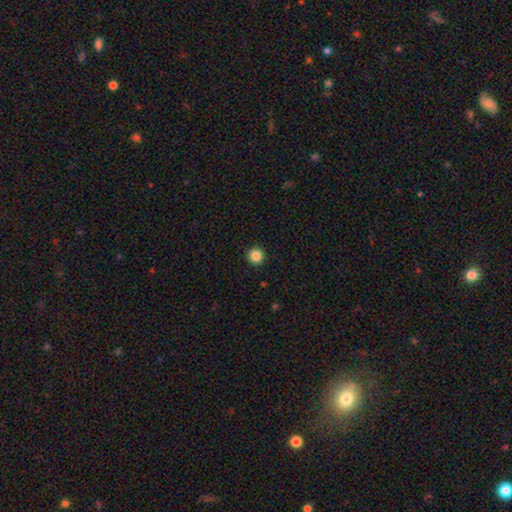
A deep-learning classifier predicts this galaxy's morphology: smooth_or_featured: smooth (p=0.86) [alt: star or artifact p=0.11]
how_rounded: round (p=0.95) [alt: in between p=0.04]
merging: none (p=0.93) [alt: minor disturbance p=0.04]